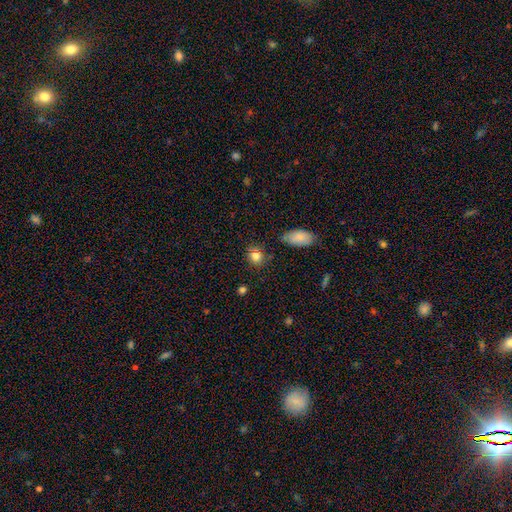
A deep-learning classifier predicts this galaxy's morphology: type=smooth (83%); roundness=round (76%); merging=none (80%).